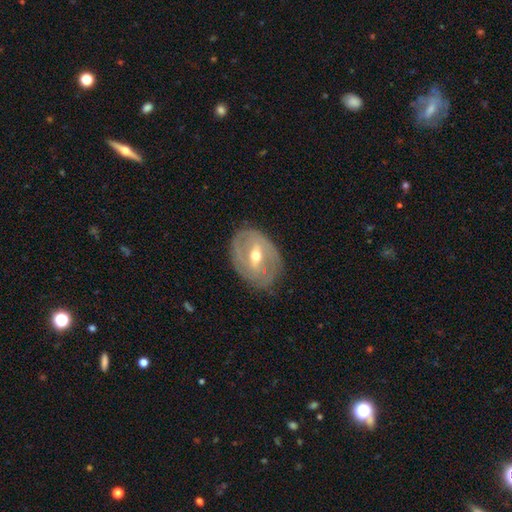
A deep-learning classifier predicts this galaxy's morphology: type=featured or disk (76%); edge-on=no (93%); bar=weak (43%); spiral arms=yes (67%); bulge=moderate (69%); merging=none (75%).